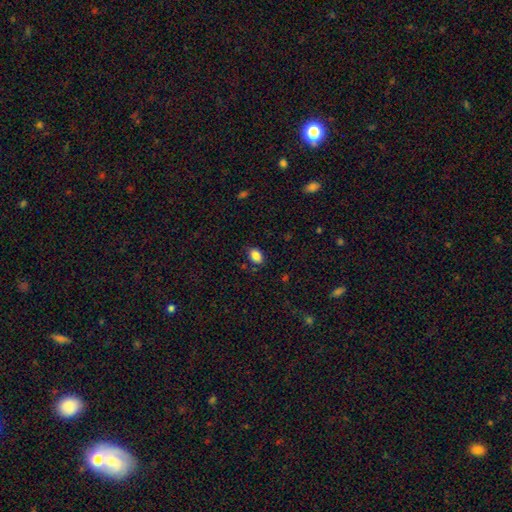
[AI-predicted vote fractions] This is clearly a smooth galaxy (86%). How rounded: clearly in between (81%). Merging: clearly none (84%).